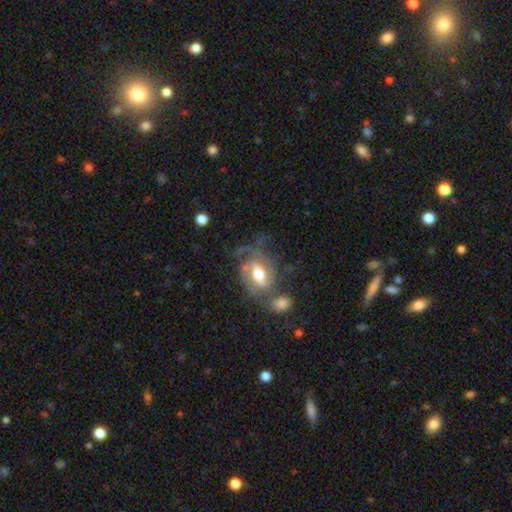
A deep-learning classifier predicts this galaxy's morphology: smooth_or_featured: featured or disk (p=0.75) [alt: smooth p=0.17]
disk_edge_on: no (p=0.96) [alt: yes p=0.04]
bar: weak (p=0.41) [tied with: no p=0.41]
has_spiral_arms: yes (p=0.87) [alt: no p=0.13]
spiral_winding: medium (p=0.42) [alt: tight p=0.39]
spiral_arm_count: 2 (p=0.52) [alt: can't tell p=0.22]
bulge_size: moderate (p=0.70) [alt: large p=0.18]
merging: none (p=0.38) [alt: merger p=0.24]